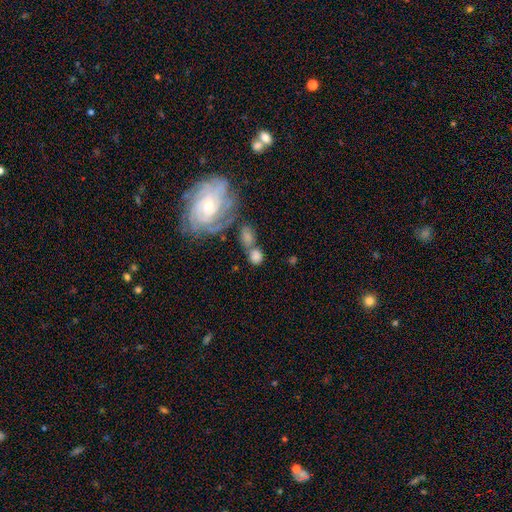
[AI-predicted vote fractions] This appears to be a smooth galaxy with no disk features (60%) that is round (50%). Merging: none (40%).